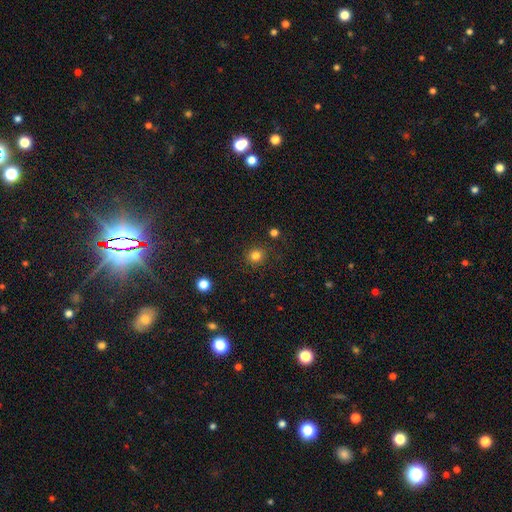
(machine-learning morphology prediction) This appears to be a smooth galaxy with no disk features (81%) that is round (88%). Merging: none (88%).